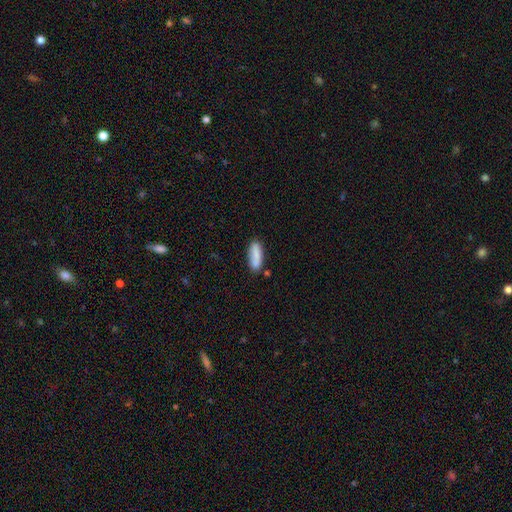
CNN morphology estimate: Smooth or featured? smooth (84%)
How rounded? in between (62%)
Merging? none (77%)